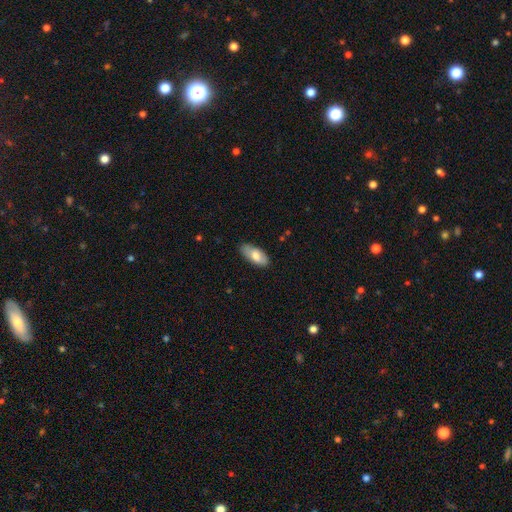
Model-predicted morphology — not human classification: A smooth galaxy with no disk features (75%) that is in between round and cigar-shaped (89%).

Vote fractions:
- Smooth or featured? smooth: 75% / featured or disk: 20% / star or artifact: 6%
- How rounded? in between: 89% / cigar-shaped: 9% / round: 2%
- Merging? none: 81% / minor disturbance: 15% / major disturbance: 3% / merger: 1%